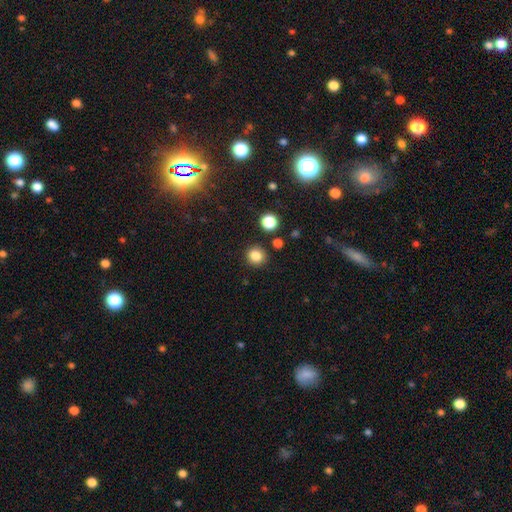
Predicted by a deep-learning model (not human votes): Smooth or featured? smooth (83%)
How rounded? round (90%)
Merging? none (88%)